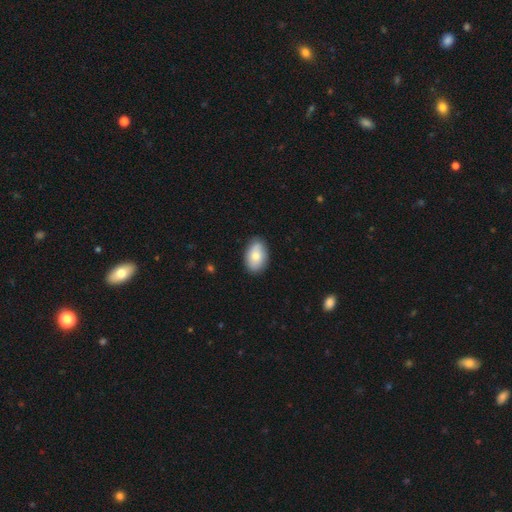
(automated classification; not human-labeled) Morphology: type=smooth (74%); roundness=in between (89%); merging=none (84%).